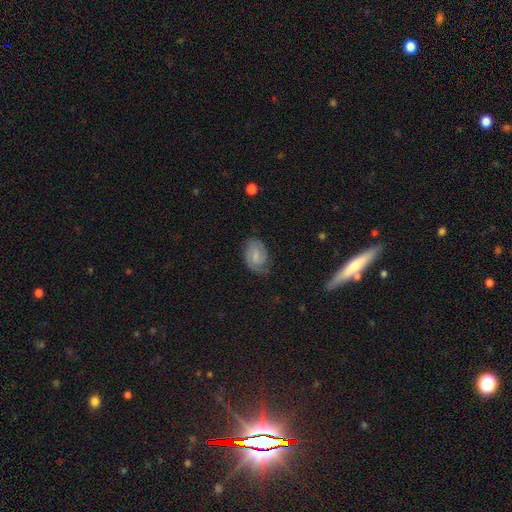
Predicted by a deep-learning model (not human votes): Smooth or featured: featured or disk — 63% (smooth — 30%)
Edge-on disk: no — 97% (yes — 3%)
Bar: weak — 56% (no — 34%)
Spiral arms: yes — 92% (no — 8%)
Spiral winding: tight — 44% (medium — 43%)
Spiral arm count: 2 — 72% (can't tell — 14%)
Bulge size: small — 50% (moderate — 26%)
Merging: none — 71% (minor disturbance — 21%)